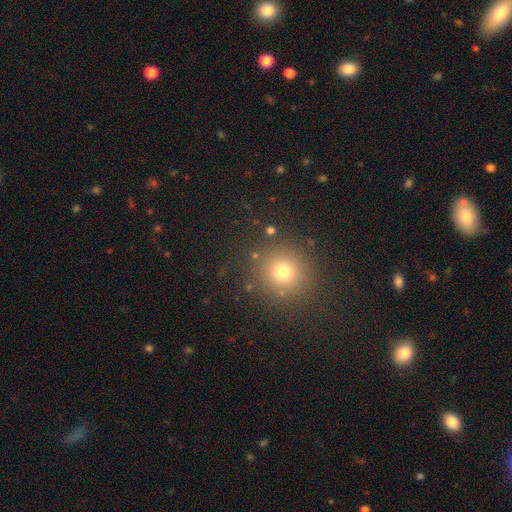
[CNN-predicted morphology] Smooth or featured: smooth — 70% (star or artifact — 22%)
How rounded: round — 93% (in between — 6%)
Merging: none — 88% (minor disturbance — 6%)